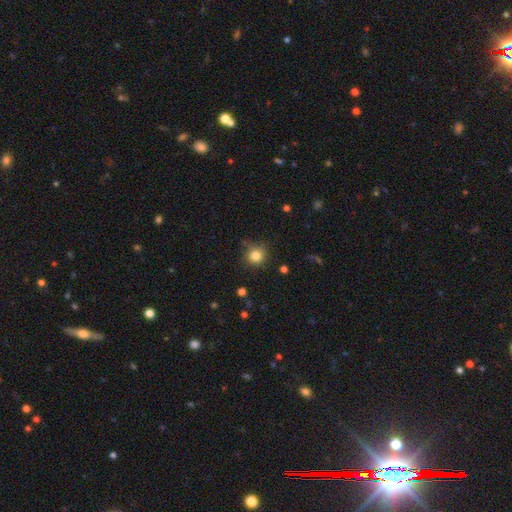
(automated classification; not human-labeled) Smooth or featured? smooth (82%)
How rounded? round (91%)
Merging? none (77%)